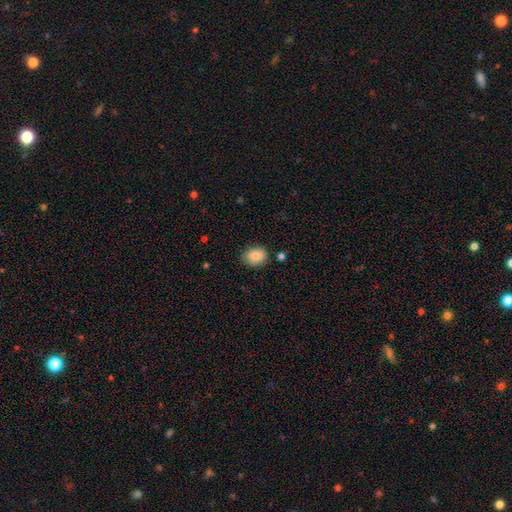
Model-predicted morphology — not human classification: Q: Smooth or featured?
A: smooth (85%); runner-up: star or artifact (8%)
Q: How rounded?
A: in between (59%); runner-up: round (40%)
Q: Merging?
A: none (80%); runner-up: minor disturbance (15%)